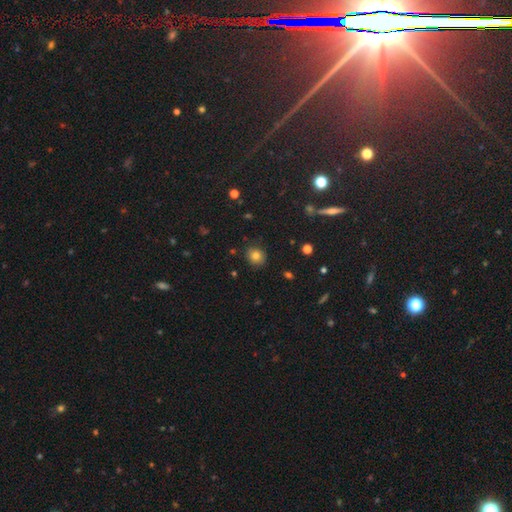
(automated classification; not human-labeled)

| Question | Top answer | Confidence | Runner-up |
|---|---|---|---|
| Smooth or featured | smooth | 79% | star or artifact (13%) |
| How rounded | round | 72% | in between (27%) |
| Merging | none | 87% | minor disturbance (9%) |